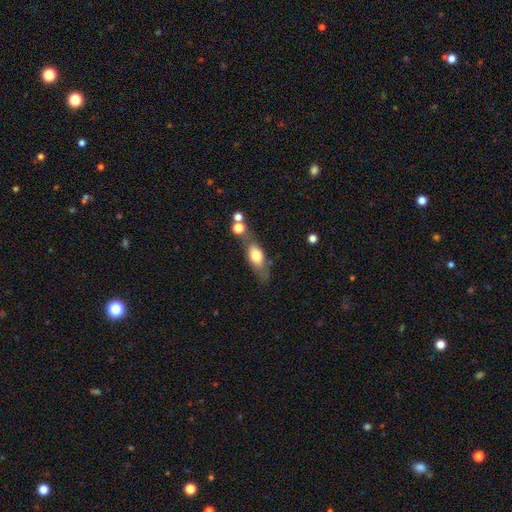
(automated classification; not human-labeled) smooth-or-featured: smooth: 64% | featured or disk: 28% | star or artifact: 8%
  how-rounded: in between: 71% | cigar-shaped: 20% | round: 9%
  merging: none: 51% | merger: 20% | minor disturbance: 20% | major disturbance: 10%